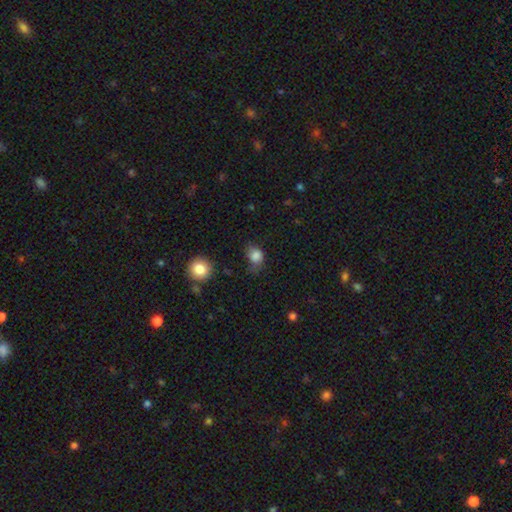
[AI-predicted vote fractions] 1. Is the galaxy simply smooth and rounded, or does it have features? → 82% smooth, 10% star or artifact, 8% featured or disk.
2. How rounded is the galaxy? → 56% in between, 43% round, 1% cigar-shaped.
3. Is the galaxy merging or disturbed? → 38% none, 37% minor disturbance, 22% major disturbance, 3% merger.